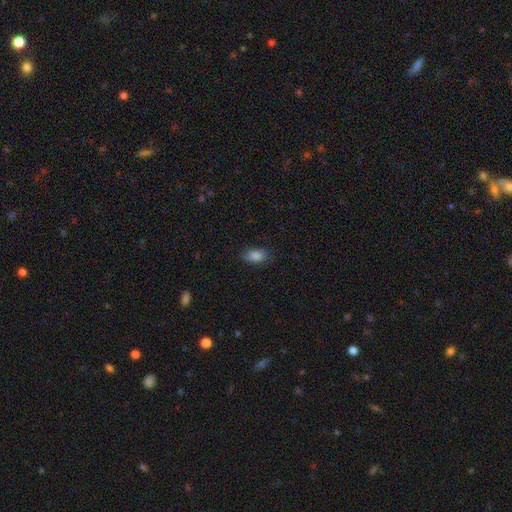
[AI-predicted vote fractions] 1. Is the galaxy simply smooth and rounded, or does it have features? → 86% smooth, 8% star or artifact, 6% featured or disk.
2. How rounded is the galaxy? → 88% in between, 10% round, 2% cigar-shaped.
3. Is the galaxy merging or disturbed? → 82% none, 14% minor disturbance, 3% major disturbance, 1% merger.